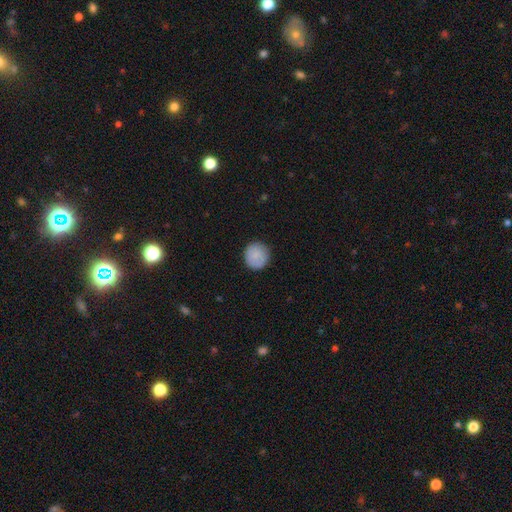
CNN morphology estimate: The model was most divided on "smooth or featured": smooth: 84%, featured or disk: 9%, star or artifact: 7%. More confident: how rounded — round (93%); merging — none (88%).